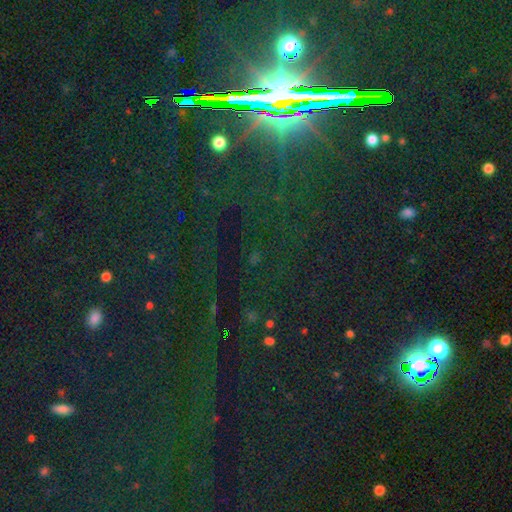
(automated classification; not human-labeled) smooth-or-featured: star or artifact: 81% | smooth: 10% | featured or disk: 9%